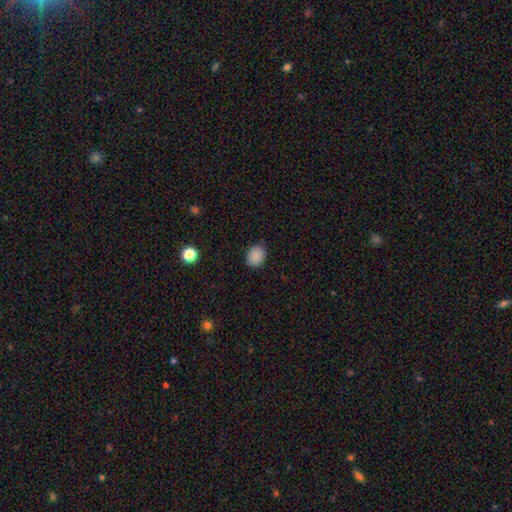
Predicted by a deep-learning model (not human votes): Overall: smooth (87%). How rounded: in between (50%; round 49%). Merging: none (84%).